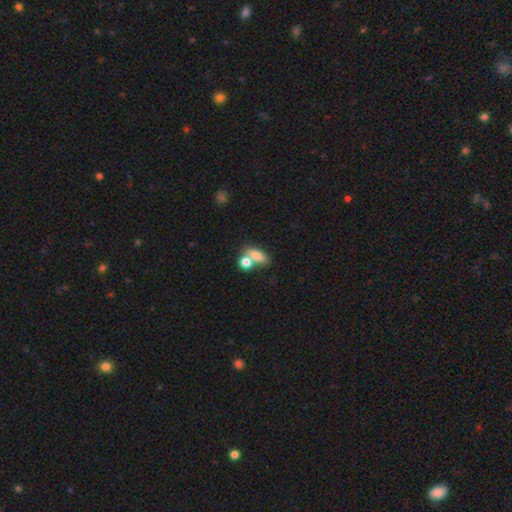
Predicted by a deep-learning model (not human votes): smooth-or-featured: smooth: 75% | featured or disk: 15% | star or artifact: 10%
  how-rounded: in between: 75% | round: 18% | cigar-shaped: 7%
  merging: merger: 49% | none: 36% | minor disturbance: 10% | major disturbance: 5%